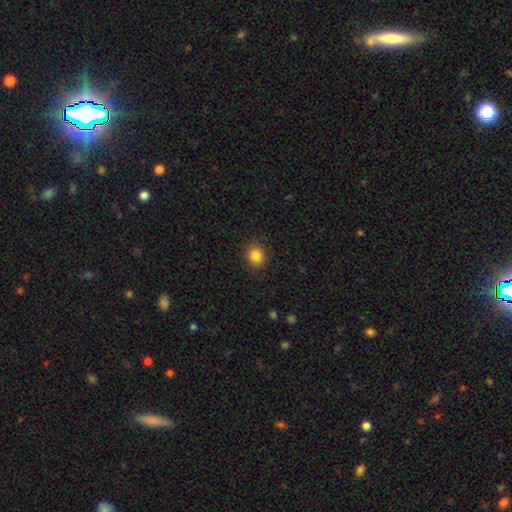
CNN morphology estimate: Smooth or featured? Predicted: smooth (p=0.85). How rounded? Predicted: round (p=0.88). Merging? Predicted: none (p=0.90).